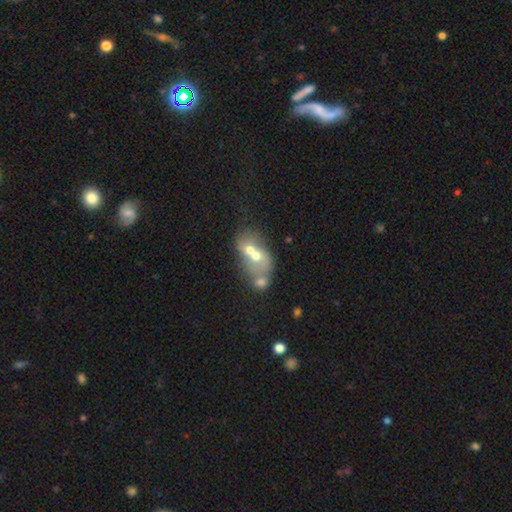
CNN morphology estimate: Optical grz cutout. It shows a smooth galaxy with no disk features (51%) that is in between round and cigar-shaped (58%). Merging: merger (73%).